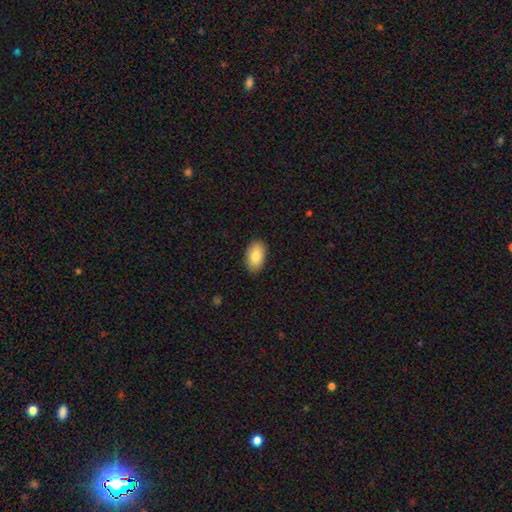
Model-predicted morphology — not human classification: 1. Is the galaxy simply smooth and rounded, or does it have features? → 83% smooth, 10% featured or disk, 7% star or artifact.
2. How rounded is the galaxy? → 94% in between, 5% round, 1% cigar-shaped.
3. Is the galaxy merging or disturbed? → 88% none, 9% minor disturbance, 2% major disturbance, 1% merger.